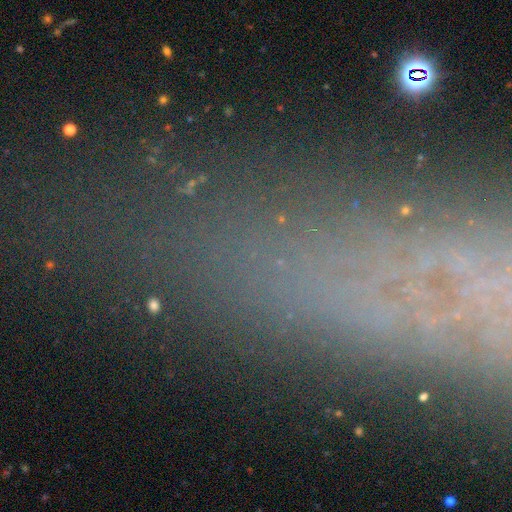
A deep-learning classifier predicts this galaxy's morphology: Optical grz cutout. It shows a star or artifact, not a galaxy (48%).